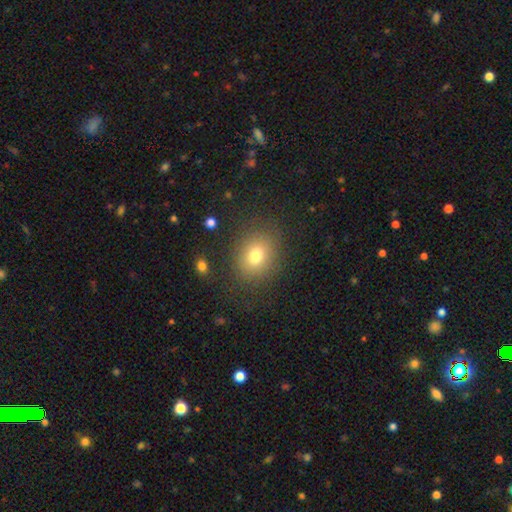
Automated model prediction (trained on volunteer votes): This appears to be a smooth galaxy with no disk features (76%) that is round (53%). Merging: none (82%).